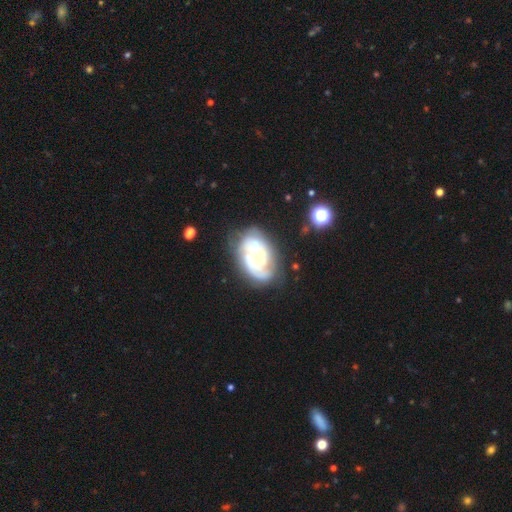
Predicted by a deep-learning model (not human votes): featured or disk 74%, smooth 19%, star or artifact 7%. Down the decision tree: edge-on disk — no (97%); bar — no (65%); spiral arms — yes (89%); spiral arm count — can't tell (38%); spiral winding — tight (60%); bulge size — small (58%); merging — none (66%).